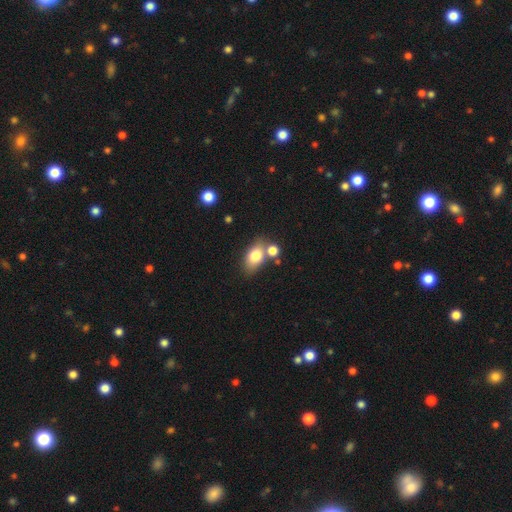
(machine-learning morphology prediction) A smooth galaxy with no disk features (77%) that is in between round and cigar-shaped (82%). Merging: none (57%).